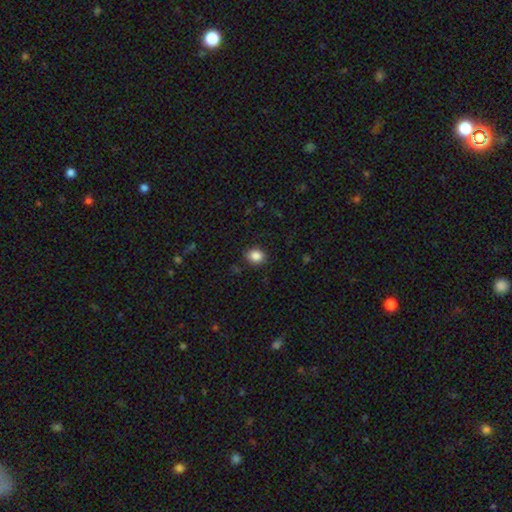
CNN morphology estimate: Q: Smooth or featured?
A: smooth (86%); runner-up: star or artifact (10%)
Q: How rounded?
A: round (61%); runner-up: in between (38%)
Q: Merging?
A: none (86%); runner-up: minor disturbance (10%)